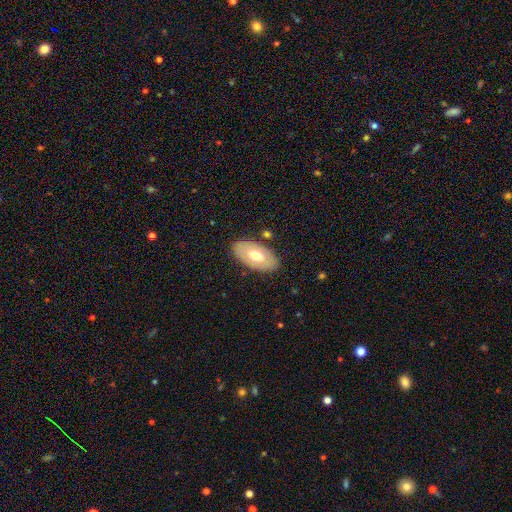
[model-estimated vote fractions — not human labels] A smooth galaxy with no disk features (55%) that is in between round and cigar-shaped (94%).

Vote fractions:
- Smooth or featured? smooth: 55% / featured or disk: 39% / star or artifact: 6%
- How rounded? in between: 94% / round: 4% / cigar-shaped: 2%
- Merging? none: 84% / minor disturbance: 10% / major disturbance: 3% / merger: 2%